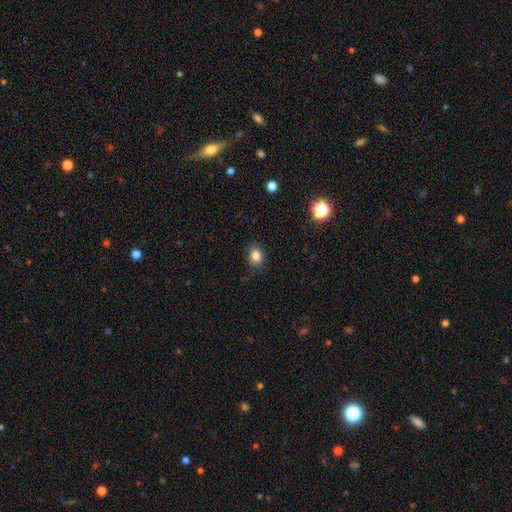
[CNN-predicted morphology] This appears to be a smooth galaxy with no disk features (83%) that is in between round and cigar-shaped (58%). Merging: none (81%).